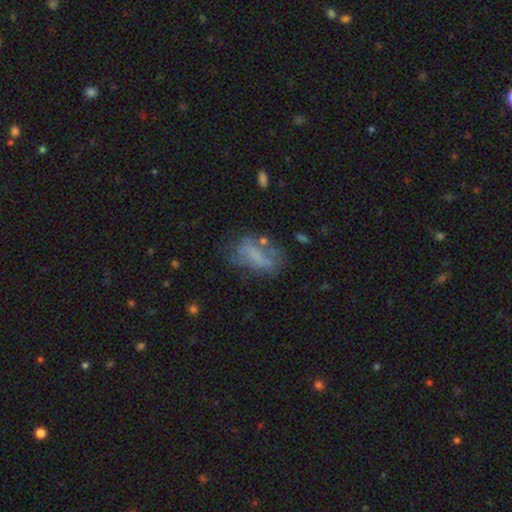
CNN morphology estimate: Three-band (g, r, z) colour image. It shows a smooth galaxy with no disk features (49%). Merging: none (41%).